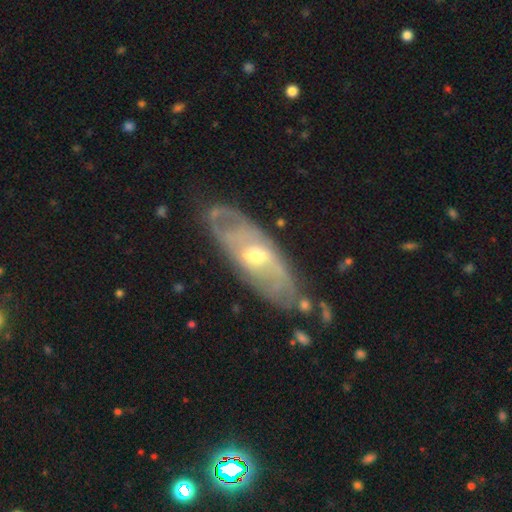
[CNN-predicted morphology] Overall: featured or disk (75%). Edge-on disk: no (82%). Bar: no (50%; weak 40%). Spiral arms: yes (75%). Bulge size: moderate (52%; small 44%). Merging: none (72%).